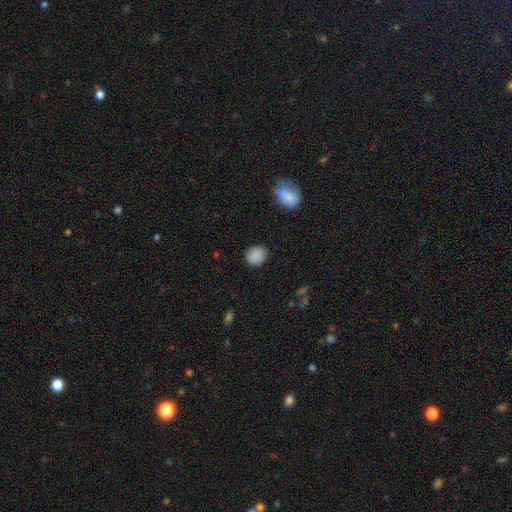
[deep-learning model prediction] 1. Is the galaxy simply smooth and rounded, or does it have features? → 88% smooth, 8% star or artifact, 4% featured or disk.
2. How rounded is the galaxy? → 80% round, 19% in between, 1% cigar-shaped.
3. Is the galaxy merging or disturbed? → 88% none, 8% minor disturbance, 2% major disturbance, 1% merger.